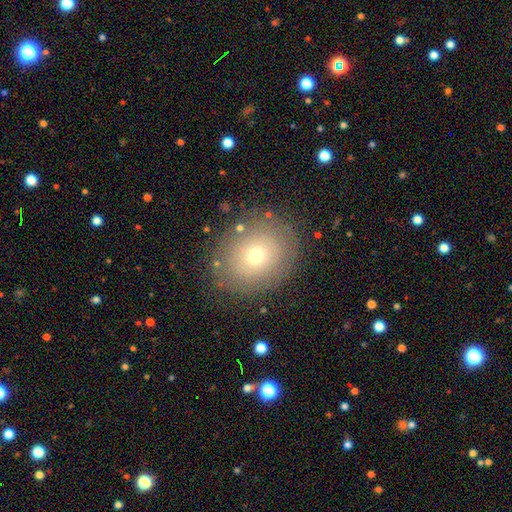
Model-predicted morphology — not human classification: smooth 64%, featured or disk 21%, star or artifact 14%. Down the decision tree: how rounded — round (63%); merging — none (82%).